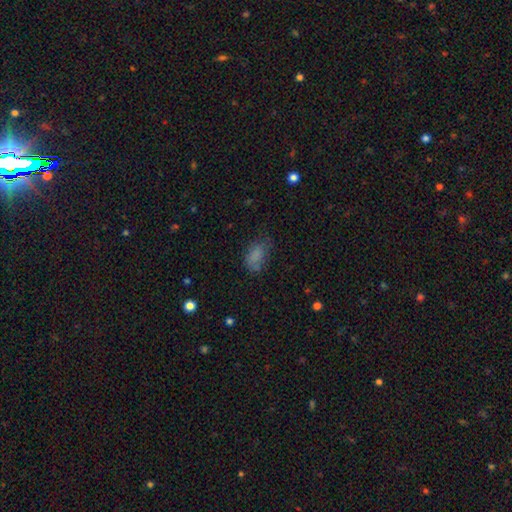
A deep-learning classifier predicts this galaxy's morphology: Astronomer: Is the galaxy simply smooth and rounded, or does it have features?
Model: smooth — 77%.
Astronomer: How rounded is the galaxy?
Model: in between — 89%.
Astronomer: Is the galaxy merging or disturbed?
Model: none — 53% (runner-up: minor disturbance, 29%).